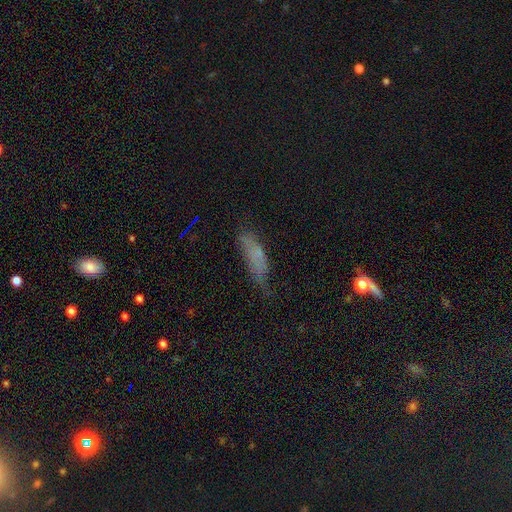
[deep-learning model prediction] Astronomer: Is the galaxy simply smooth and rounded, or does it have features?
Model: smooth — 61%.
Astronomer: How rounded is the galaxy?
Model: cigar-shaped — 55% (runner-up: in between, 42%).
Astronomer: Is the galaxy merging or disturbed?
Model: none — 48% (runner-up: minor disturbance, 32%).